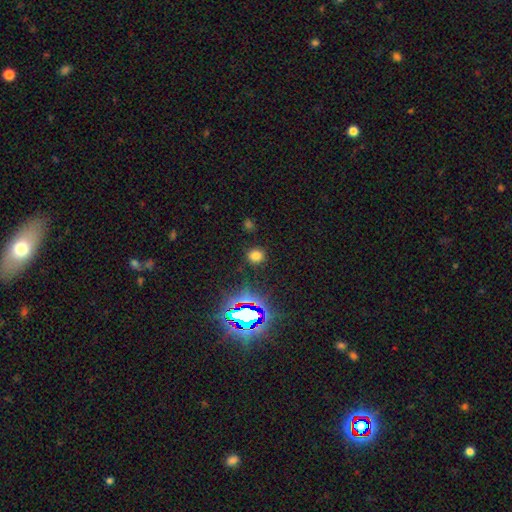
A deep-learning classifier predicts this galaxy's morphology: Overall: smooth (68%). How rounded: round (81%). Merging: none (87%).